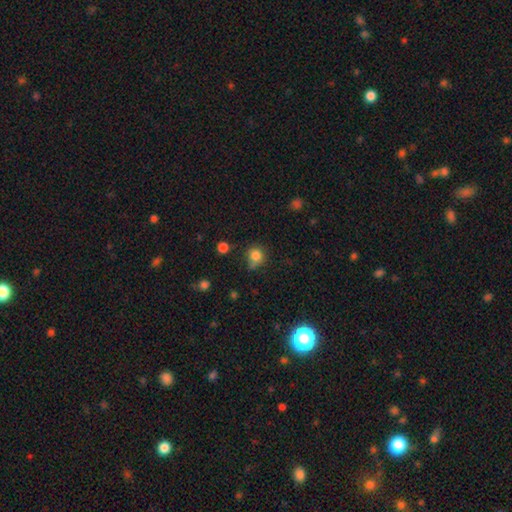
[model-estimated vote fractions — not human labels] This appears to be a smooth galaxy with no disk features (82%) that is round (86%). Merging: none (62%).